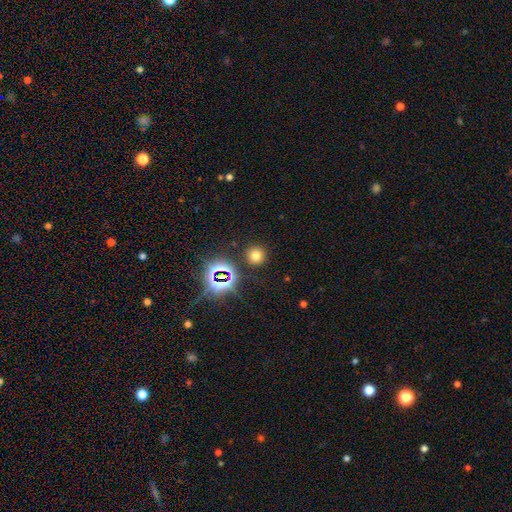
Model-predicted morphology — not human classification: smooth_or_featured: smooth (p=0.68) [alt: star or artifact p=0.25]
how_rounded: round (p=0.93) [alt: in between p=0.06]
merging: none (p=0.88) [alt: minor disturbance p=0.06]